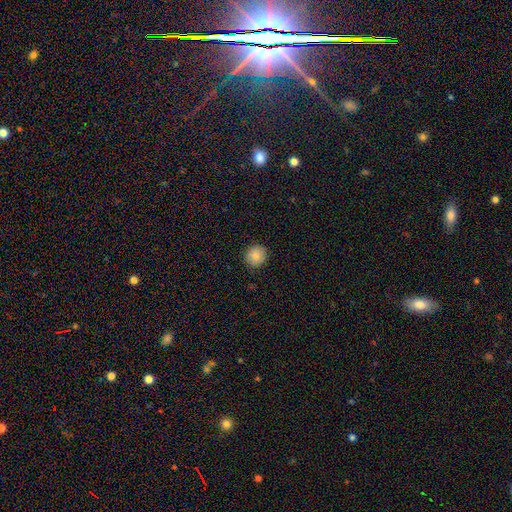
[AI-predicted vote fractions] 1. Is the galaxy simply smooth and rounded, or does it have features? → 84% smooth, 9% star or artifact, 7% featured or disk.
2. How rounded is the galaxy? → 88% round, 11% in between, 1% cigar-shaped.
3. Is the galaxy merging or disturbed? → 88% none, 9% minor disturbance, 2% major disturbance, 1% merger.